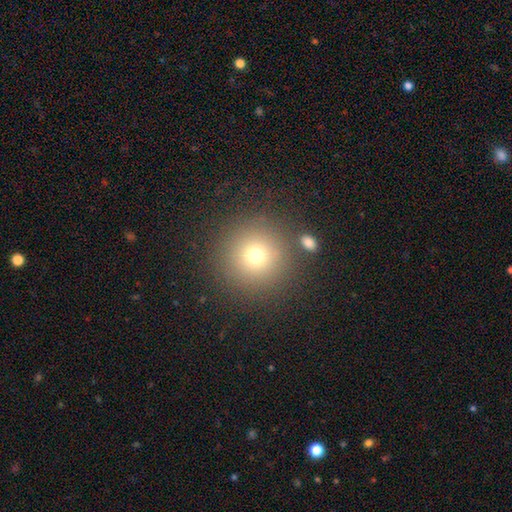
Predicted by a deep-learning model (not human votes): Q: Smooth or featured?
A: smooth (73%); runner-up: star or artifact (17%)
Q: How rounded?
A: round (95%); runner-up: in between (4%)
Q: Merging?
A: none (84%); runner-up: minor disturbance (7%)